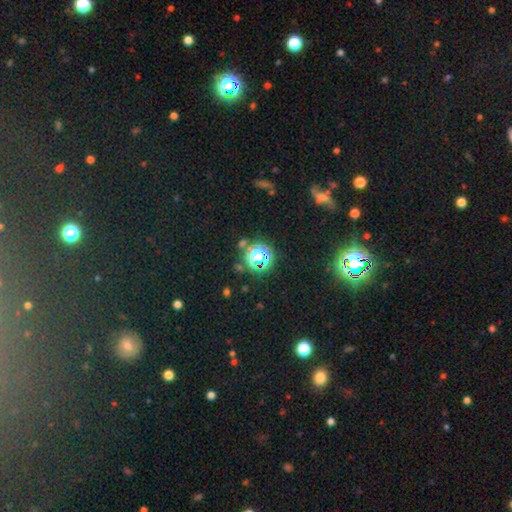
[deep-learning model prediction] star or artifact 73%, smooth 19%, featured or disk 8%.